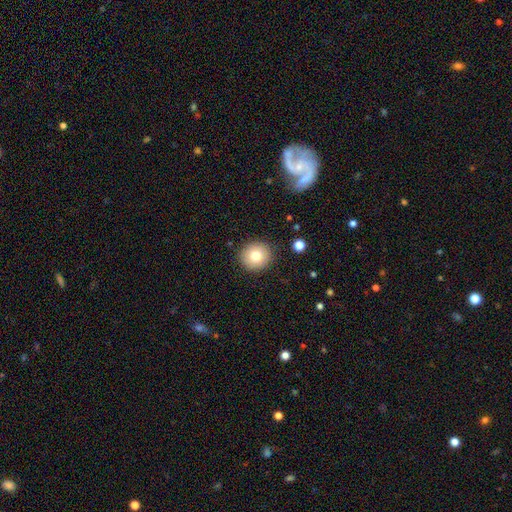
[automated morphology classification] Smooth or featured: smooth — 77% (featured or disk — 13%)
How rounded: round — 91% (in between — 8%)
Merging: none — 89% (minor disturbance — 7%)